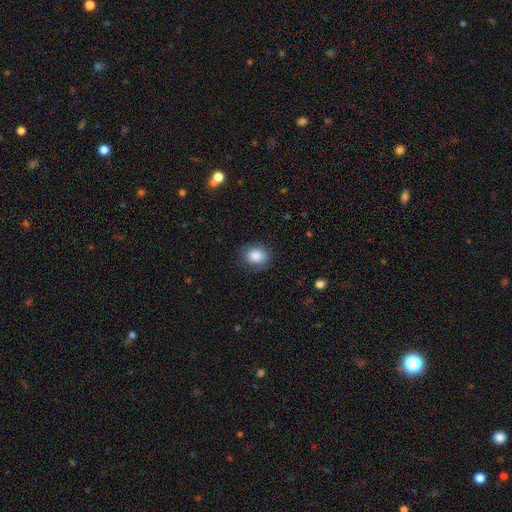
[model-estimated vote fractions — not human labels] Overall: smooth (84%). How rounded: round (68%; in between 31%). Merging: none (79%).